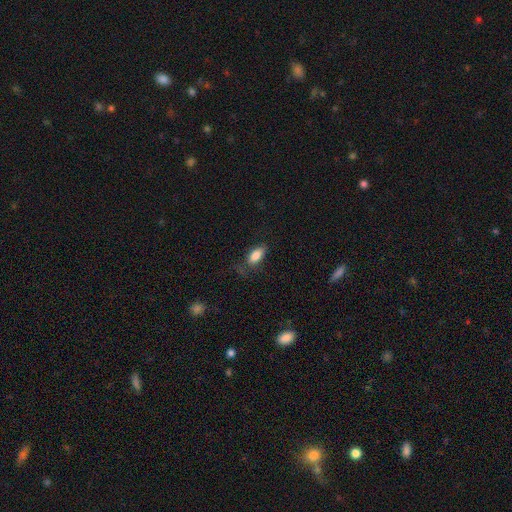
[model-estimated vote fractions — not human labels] Overall: smooth (84%). How rounded: in between (87%). Merging: none (66%).